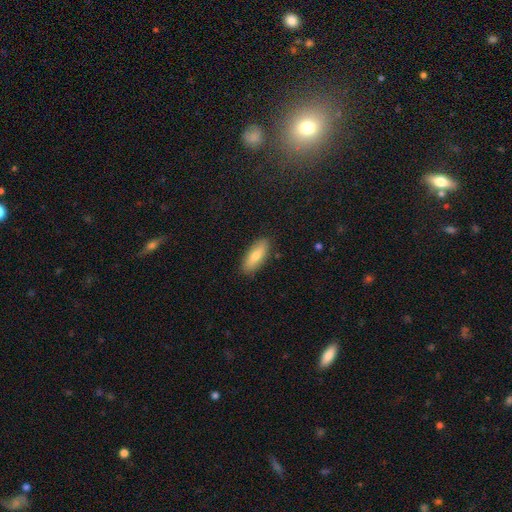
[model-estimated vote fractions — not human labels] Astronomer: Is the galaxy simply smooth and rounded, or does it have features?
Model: smooth — 76%.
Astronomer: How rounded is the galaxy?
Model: in between — 71%.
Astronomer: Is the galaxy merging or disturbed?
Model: none — 87%.